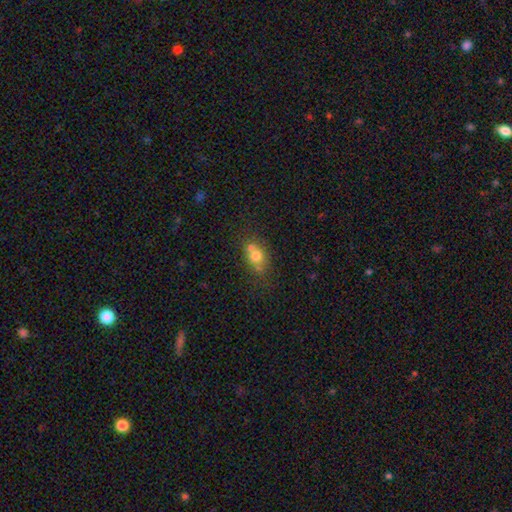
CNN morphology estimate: A smooth galaxy with no disk features (70%) that is in between round and cigar-shaped (52%).

Vote fractions:
- Smooth or featured? smooth: 70% / featured or disk: 19% / star or artifact: 12%
- How rounded? in between: 52% / round: 46% / cigar-shaped: 3%
- Merging? none: 48% / merger: 31% / minor disturbance: 16% / major disturbance: 6%